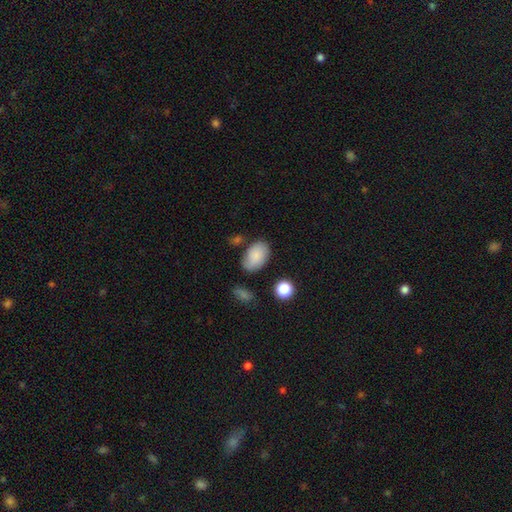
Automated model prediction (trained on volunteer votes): Smooth or featured? Predicted: smooth (p=0.83). How rounded? Predicted: in between (p=0.90). Merging? Predicted: none (p=0.71).